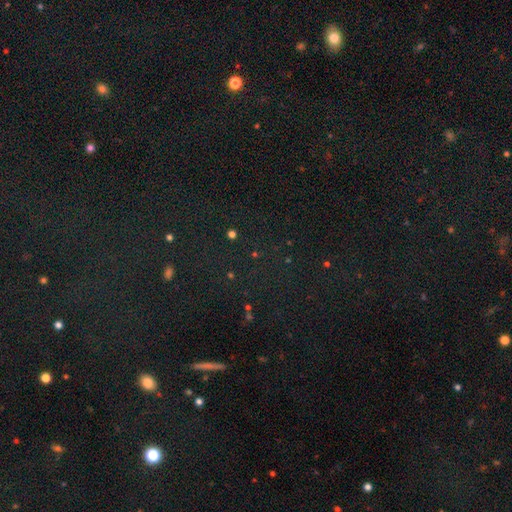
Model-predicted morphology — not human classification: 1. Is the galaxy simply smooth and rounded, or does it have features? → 76% star or artifact, 15% smooth, 9% featured or disk.